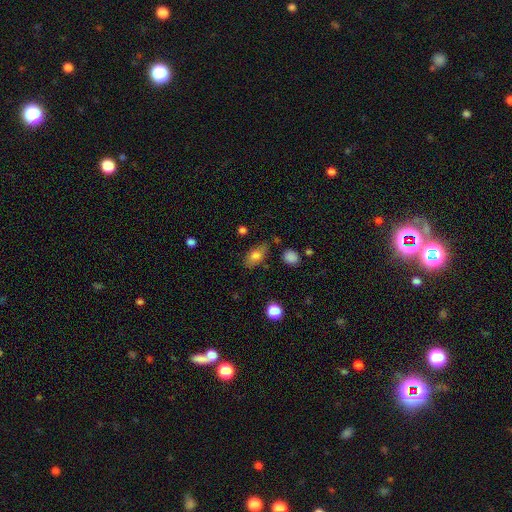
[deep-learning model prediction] Overall: smooth (76%). How rounded: in between (86%). Merging: none (75%).